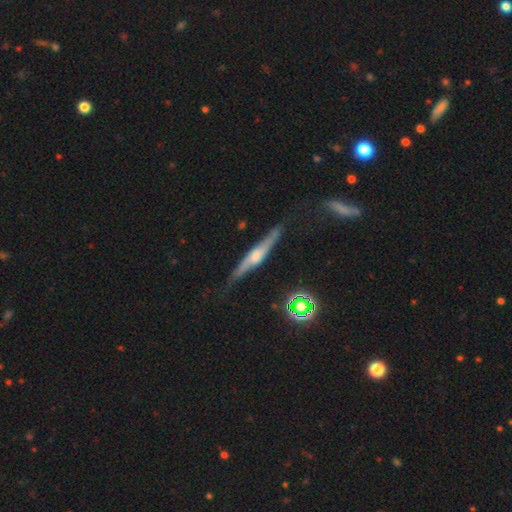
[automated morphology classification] smooth-or-featured: featured or disk: 72% | smooth: 21% | star or artifact: 8%
  disk-edge-on: yes: 94% | no: 6%
    edge-on-bulge: rounded: 71% | boxy: 18% | none: 10%
  merging: none: 76% | minor disturbance: 17% | major disturbance: 4% | merger: 3%